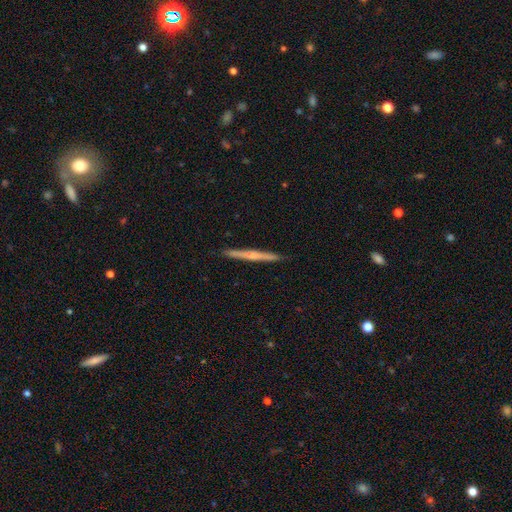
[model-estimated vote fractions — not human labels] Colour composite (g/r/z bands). It shows a featured or disk galaxy (59%) viewed edge-on (98%) with no central bulge (53%). Merging: none (92%).